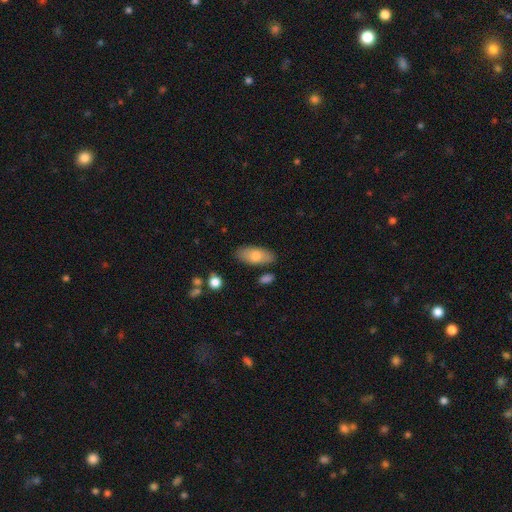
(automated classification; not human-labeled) smooth_or_featured: smooth (p=0.76) [alt: featured or disk p=0.18]
how_rounded: in between (p=0.88) [alt: cigar-shaped p=0.10]
merging: none (p=0.80) [alt: minor disturbance p=0.13]